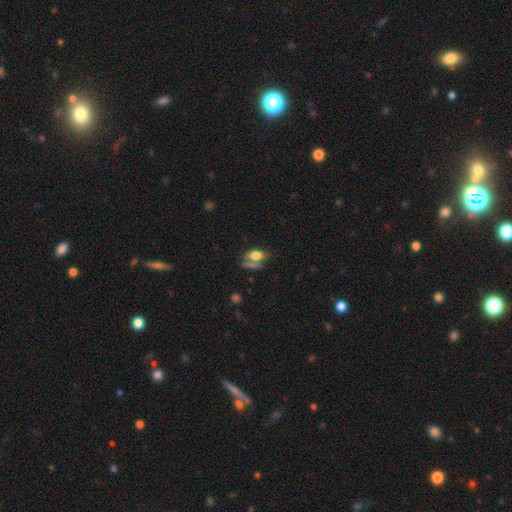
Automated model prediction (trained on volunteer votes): This is likely a smooth galaxy (70%). How rounded: clearly in between (82%). Merging: marginally none (41%).